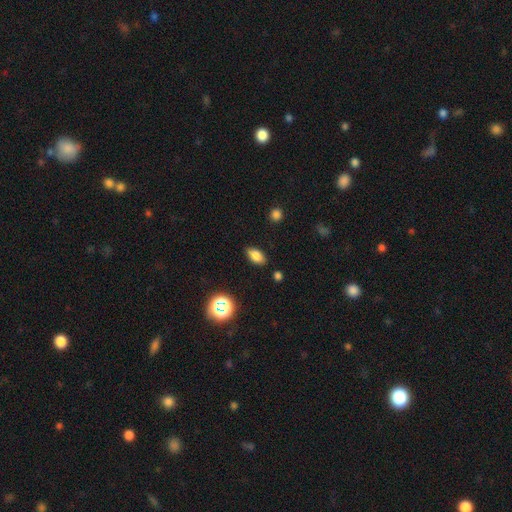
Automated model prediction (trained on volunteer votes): smooth 80%, star or artifact 12%, featured or disk 8%. Down the decision tree: how rounded — in between (89%); merging — none (85%).